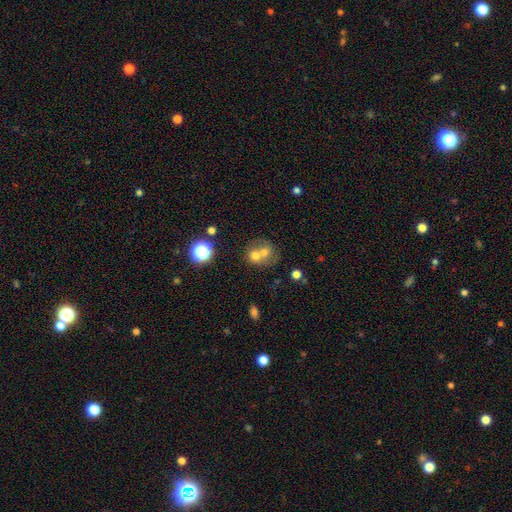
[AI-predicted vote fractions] Overall: smooth (61%; featured or disk 24%). How rounded: round (73%). Merging: merger (64%; none 27%).